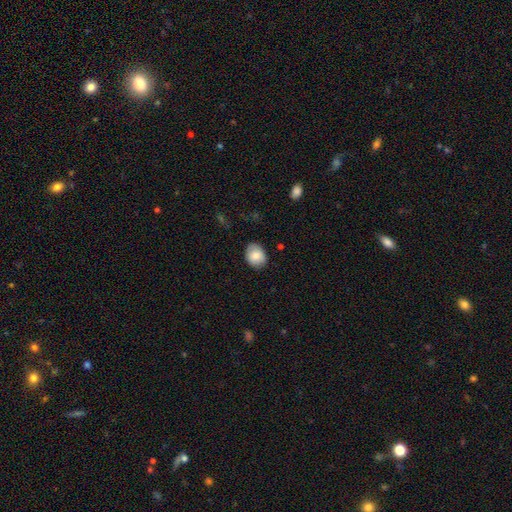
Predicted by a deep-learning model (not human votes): The model was most divided on "how rounded": in between: 56%, round: 43%, cigar-shaped: 1%. More confident: merging — none (83%); smooth or featured — smooth (82%).